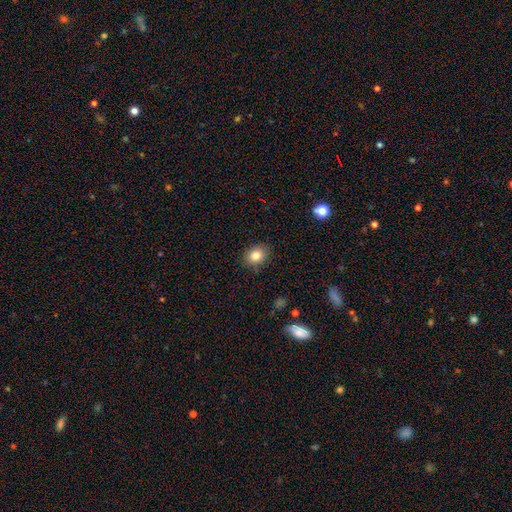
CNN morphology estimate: Smooth or featured? Predicted: smooth (p=0.82). How rounded? Predicted: in between (p=0.52). Merging? Predicted: none (p=0.88).